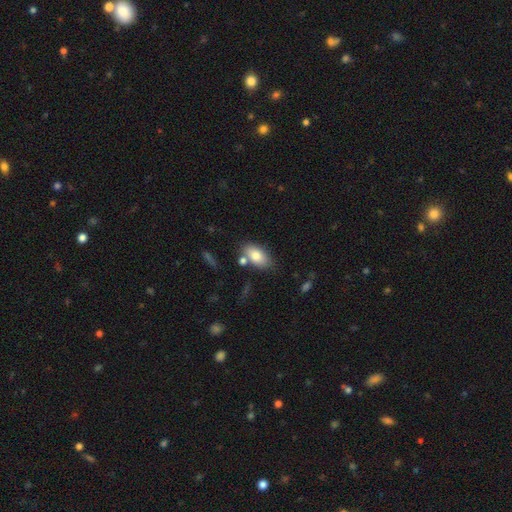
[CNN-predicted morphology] smooth 79%, featured or disk 14%, star or artifact 7%. Down the decision tree: how rounded — in between (91%); merging — none (71%).